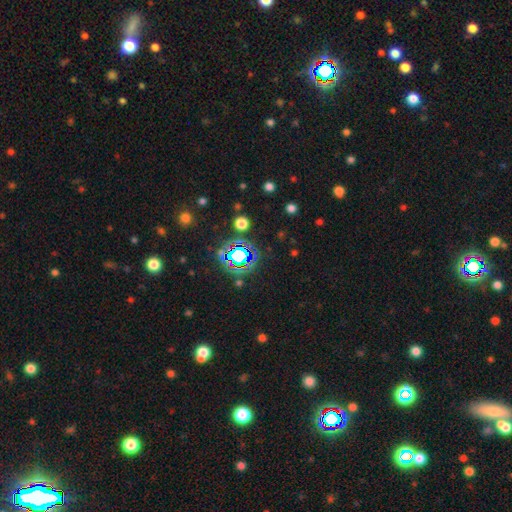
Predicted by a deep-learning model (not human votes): The model was most divided on "smooth or featured": star or artifact: 78%, smooth: 15%, featured or disk: 8%.